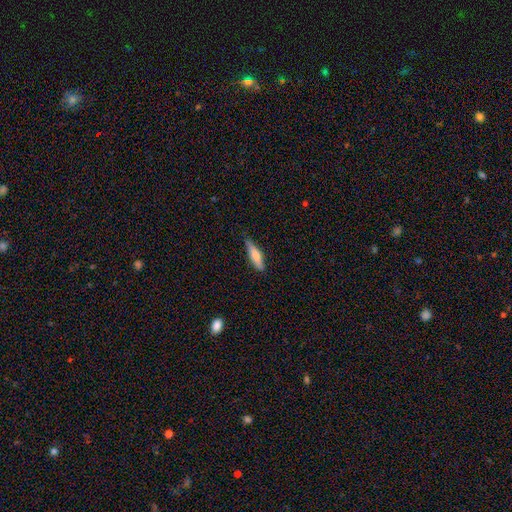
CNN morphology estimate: smooth 74%, featured or disk 20%, star or artifact 6%. Down the decision tree: how rounded — cigar-shaped (65%); merging — none (75%).